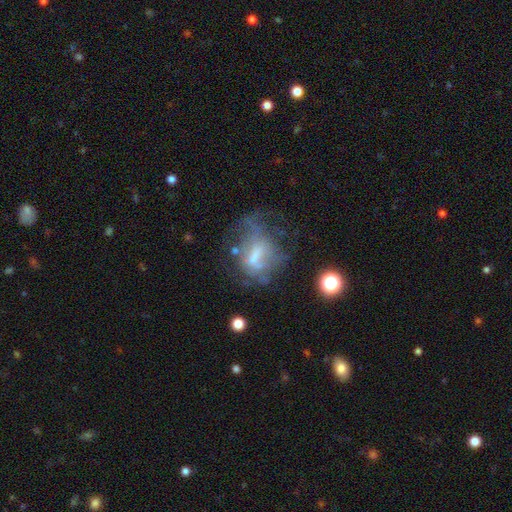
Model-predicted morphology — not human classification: smooth_or_featured: featured or disk (p=0.53) [alt: smooth p=0.30]
disk_edge_on: no (p=0.95) [alt: yes p=0.05]
bar: no (p=0.51) [alt: weak p=0.34]
has_spiral_arms: no (p=0.77) [alt: yes p=0.23]
bulge_size: none (p=0.32) [tied with: small p=0.32]
merging: major disturbance (p=0.40) [alt: none p=0.31]